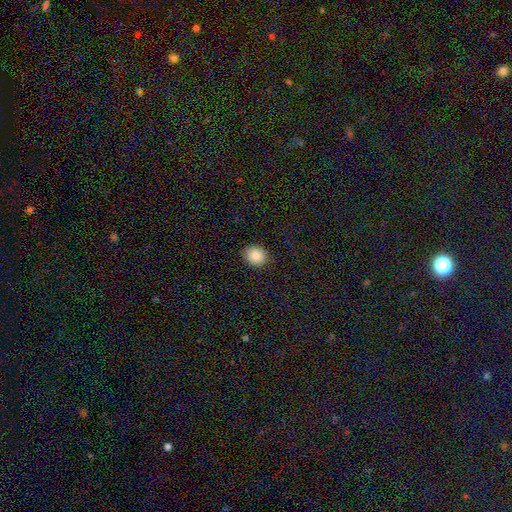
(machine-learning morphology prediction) A smooth galaxy with no disk features (88%) that is round (64%).

Vote fractions:
- Smooth or featured? smooth: 88% / star or artifact: 8% / featured or disk: 4%
- How rounded? round: 64% / in between: 35% / cigar-shaped: 1%
- Merging? none: 89% / minor disturbance: 8% / major disturbance: 2% / merger: 1%